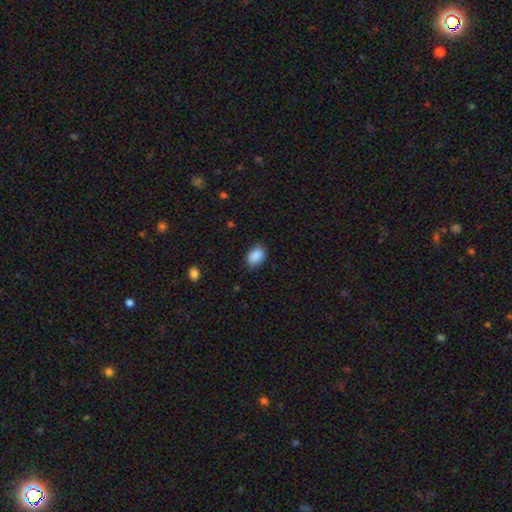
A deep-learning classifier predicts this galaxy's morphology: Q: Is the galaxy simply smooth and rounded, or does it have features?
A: smooth — 89%.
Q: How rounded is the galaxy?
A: in between — 85%.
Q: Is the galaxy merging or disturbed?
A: none — 80%.